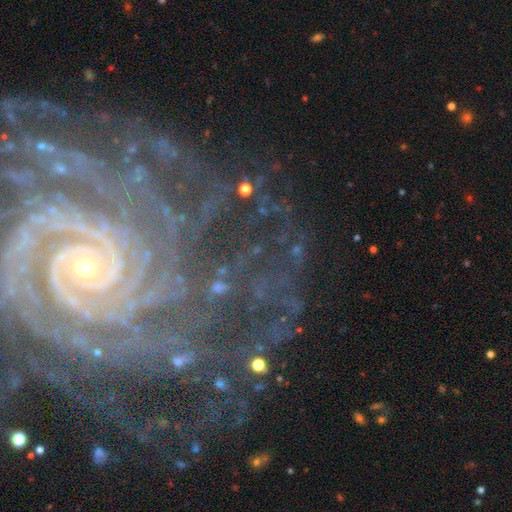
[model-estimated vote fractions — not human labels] Smooth or featured: featured or disk — 91% (star or artifact — 6%)
Edge-on disk: no — 98% (yes — 2%)
Bar: no — 67% (weak — 19%)
Spiral arms: yes — 99% (no — 1%)
Spiral winding: tight — 85% (medium — 12%)
Spiral arm count: more than 4 — 29% (2 — 16%)
Bulge size: small — 82% (moderate — 14%)
Merging: none — 73% (minor disturbance — 15%)